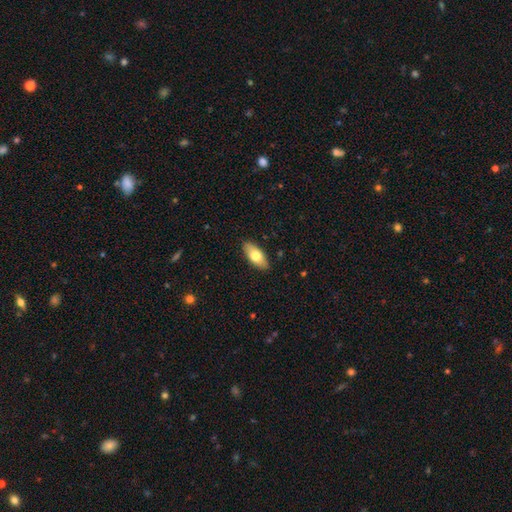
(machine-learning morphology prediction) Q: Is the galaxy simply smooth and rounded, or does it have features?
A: smooth — 72%.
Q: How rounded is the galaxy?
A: in between — 87%.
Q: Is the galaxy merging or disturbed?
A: none — 89%.